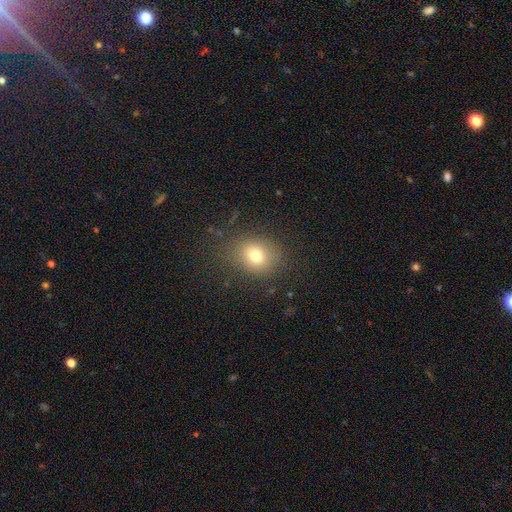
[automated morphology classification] A smooth galaxy with no disk features (74%) that is round (65%). Merging: none (81%).